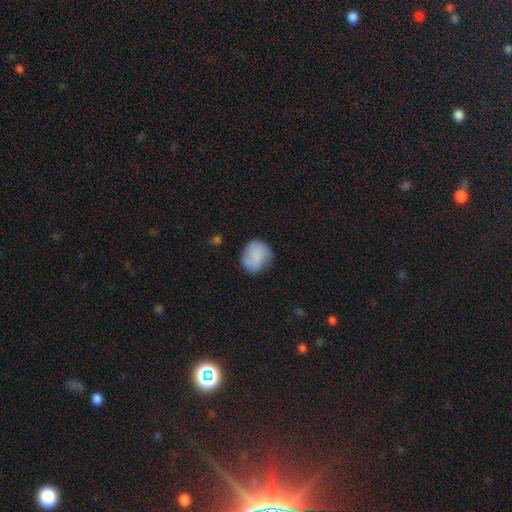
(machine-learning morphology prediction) A smooth galaxy with no disk features (82%) that is round (65%). Merging: none (62%).